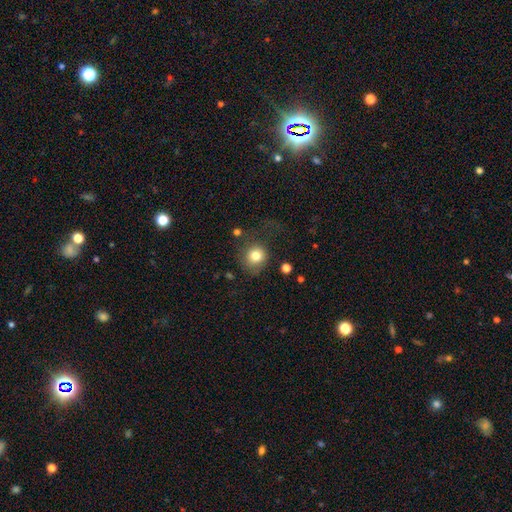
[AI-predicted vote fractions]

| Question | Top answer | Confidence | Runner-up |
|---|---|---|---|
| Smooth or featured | smooth | 80% | star or artifact (11%) |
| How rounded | round | 85% | in between (15%) |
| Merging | none | 61% | minor disturbance (19%) |